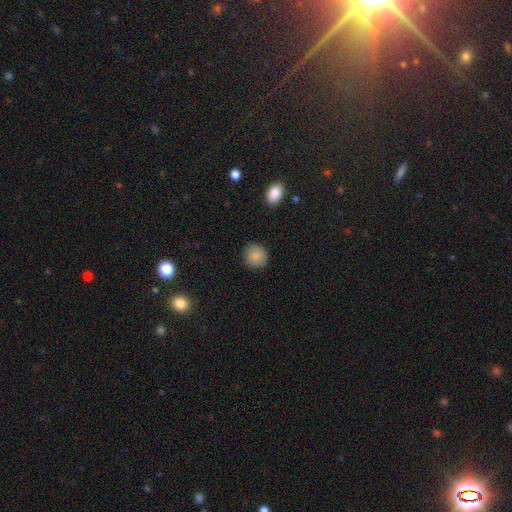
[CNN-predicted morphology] Smooth or featured? Predicted: smooth (p=0.86). How rounded? Predicted: round (p=0.90). Merging? Predicted: none (p=0.89).